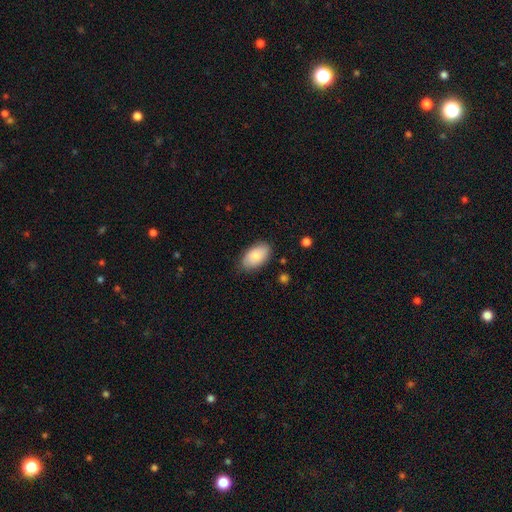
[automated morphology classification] Overall: smooth (80%). How rounded: in between (94%). Merging: none (80%).